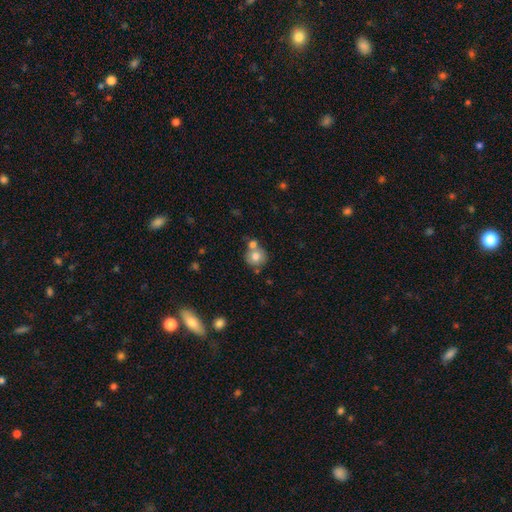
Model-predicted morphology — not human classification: smooth-or-featured: smooth: 75% | featured or disk: 15% | star or artifact: 10%
  how-rounded: round: 89% | in between: 10% | cigar-shaped: 1%
  merging: none: 56% | merger: 31% | minor disturbance: 10% | major disturbance: 3%